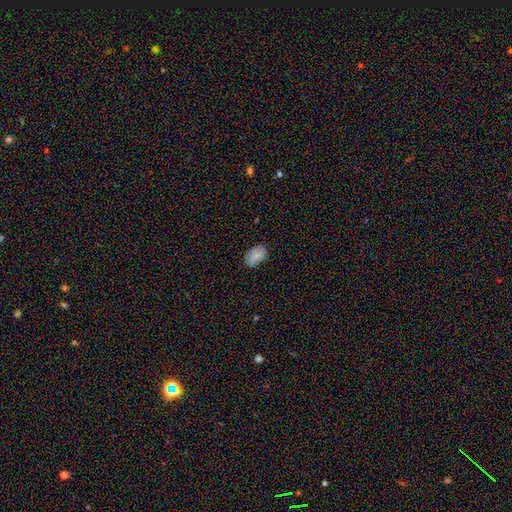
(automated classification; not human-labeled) A smooth galaxy with no disk features (81%) that is in between round and cigar-shaped (90%).

Vote fractions:
- Smooth or featured? smooth: 81% / star or artifact: 10% / featured or disk: 9%
- How rounded? in between: 90% / round: 9% / cigar-shaped: 1%
- Merging? none: 77% / minor disturbance: 18% / major disturbance: 3% / merger: 1%